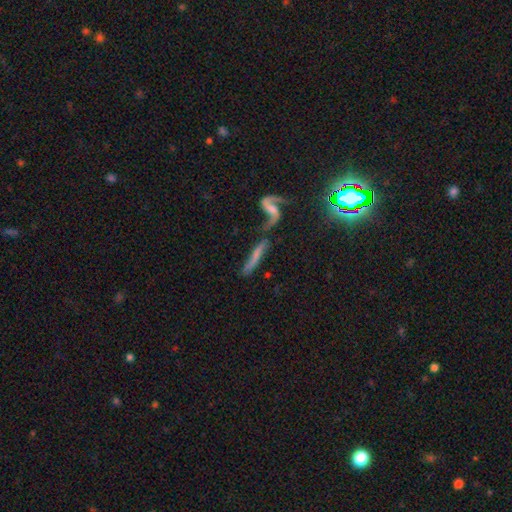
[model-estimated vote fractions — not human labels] Overall: featured or disk (54%; smooth 34%). Edge-on disk: no (59%; yes 41%). Merging: merger (39%; none 35%).